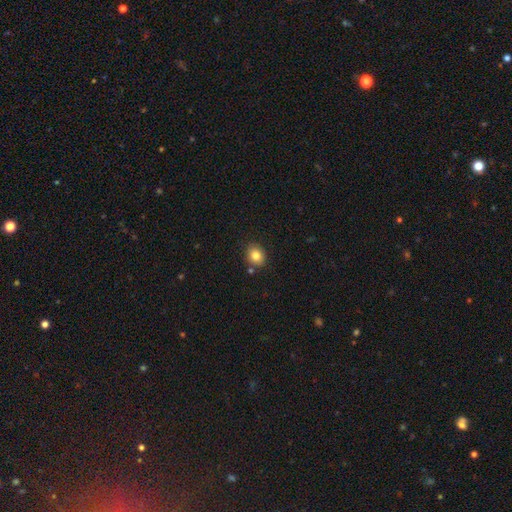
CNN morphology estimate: Q: Smooth or featured?
A: smooth (83%); runner-up: star or artifact (10%)
Q: How rounded?
A: round (57%); runner-up: in between (42%)
Q: Merging?
A: none (83%); runner-up: minor disturbance (10%)